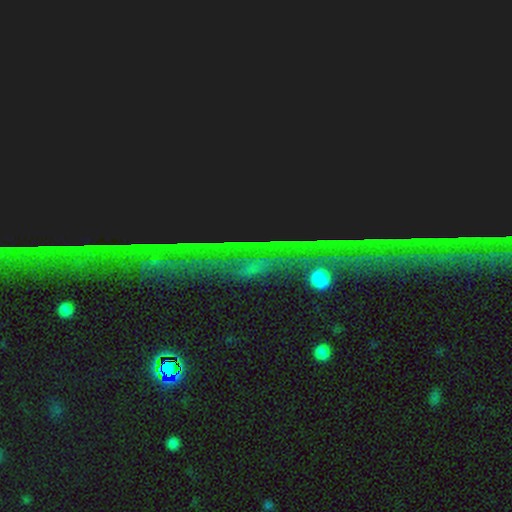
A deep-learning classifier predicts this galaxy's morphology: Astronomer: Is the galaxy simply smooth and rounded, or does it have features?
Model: star or artifact — 83%.